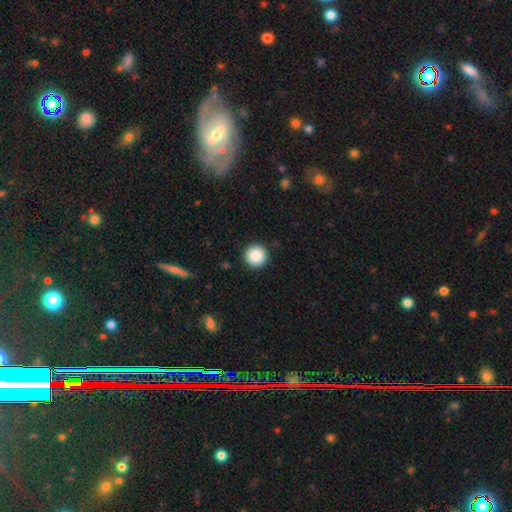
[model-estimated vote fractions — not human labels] Q: Smooth or featured?
A: smooth (88%); runner-up: star or artifact (9%)
Q: How rounded?
A: round (96%); runner-up: in between (3%)
Q: Merging?
A: none (92%); runner-up: minor disturbance (5%)